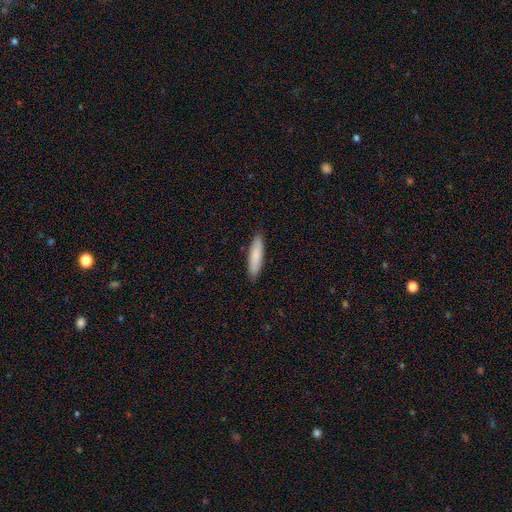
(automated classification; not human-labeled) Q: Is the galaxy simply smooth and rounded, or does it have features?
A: smooth — 84%.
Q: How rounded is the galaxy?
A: cigar-shaped — 75%.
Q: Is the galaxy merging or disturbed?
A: none — 89%.